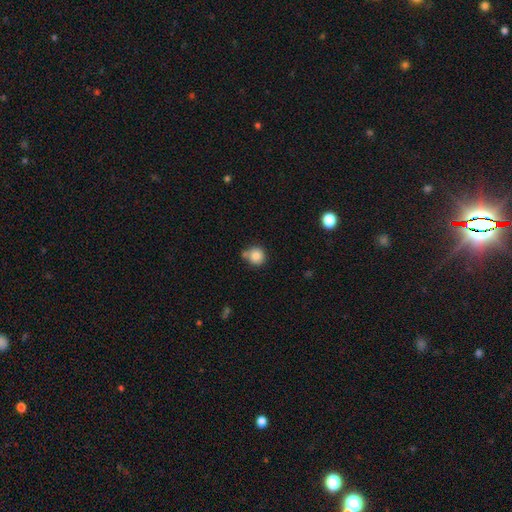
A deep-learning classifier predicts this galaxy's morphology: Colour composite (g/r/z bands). It shows a smooth galaxy with no disk features (84%) that is round (92%). Merging: none (64%).